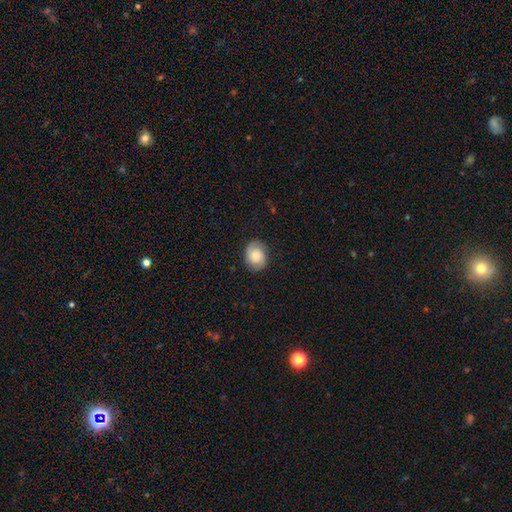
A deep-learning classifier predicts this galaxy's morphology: A smooth galaxy with no disk features (48%). Merging: none (82%).